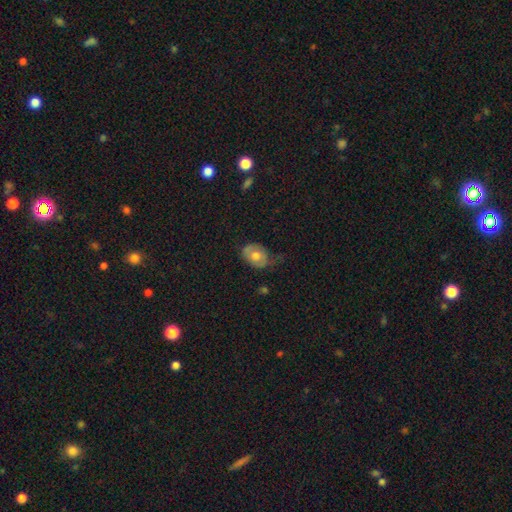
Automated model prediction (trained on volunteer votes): Smooth or featured? Predicted: smooth (p=0.61). How rounded? Predicted: in between (p=0.66). Merging? Predicted: none (p=0.50).